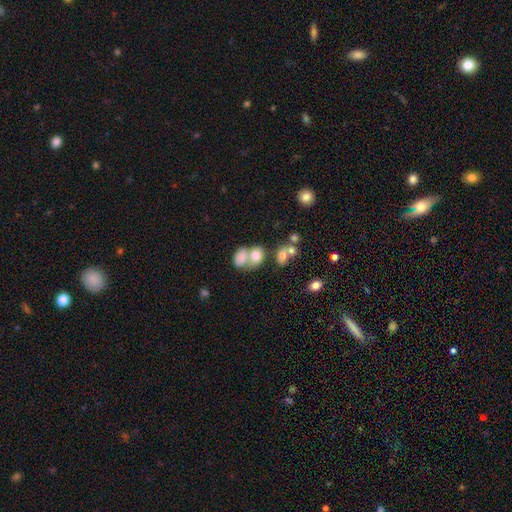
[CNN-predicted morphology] smooth_or_featured: smooth (p=0.75) [alt: featured or disk p=0.14]
how_rounded: in between (p=0.68) [alt: round p=0.30]
merging: merger (p=0.59) [alt: none p=0.26]